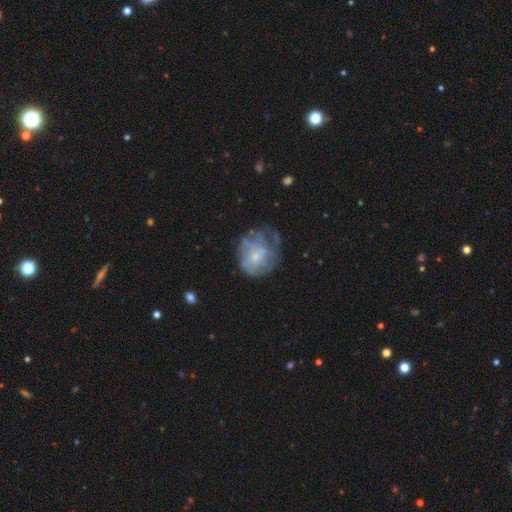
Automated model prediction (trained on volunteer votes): Smooth or featured? featured or disk (52%)
Edge-on disk? no (98%)
Bar? no (87%)
Spiral arms? no (75%)
Bulge size? small (59%)
Merging? none (38%)